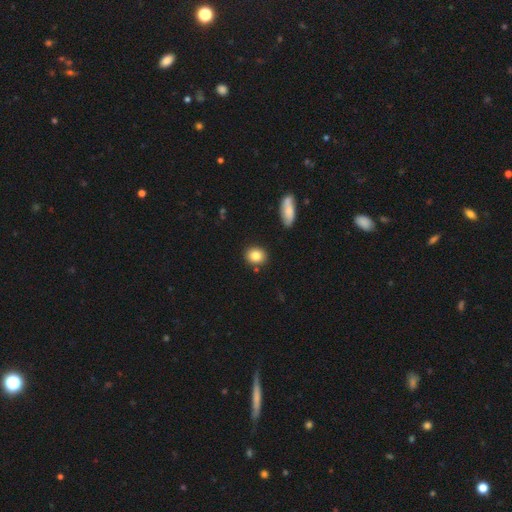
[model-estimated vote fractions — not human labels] A smooth galaxy with no disk features (83%) that is round (64%).

Vote fractions:
- Smooth or featured? smooth: 83% / star or artifact: 9% / featured or disk: 8%
- How rounded? round: 64% / in between: 34% / cigar-shaped: 2%
- Merging? none: 85% / minor disturbance: 9% / merger: 4% / major disturbance: 2%